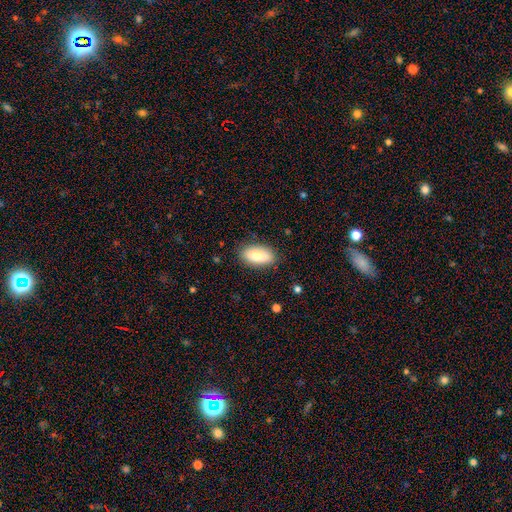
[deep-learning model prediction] smooth 84%, featured or disk 10%, star or artifact 7%. Down the decision tree: how rounded — in between (90%); merging — none (85%).